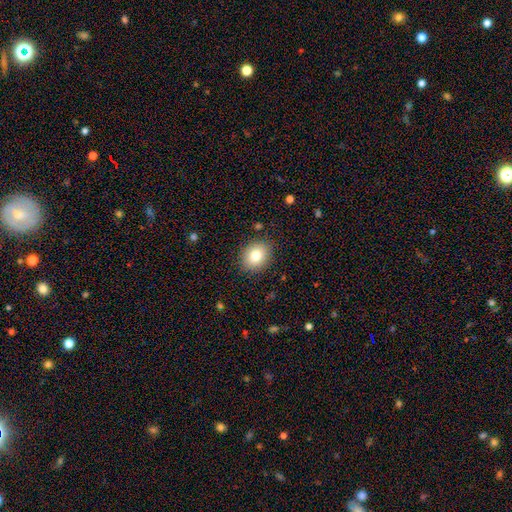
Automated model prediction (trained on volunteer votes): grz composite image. It shows a smooth galaxy with no disk features (80%) that is round (57%). Merging: none (87%).